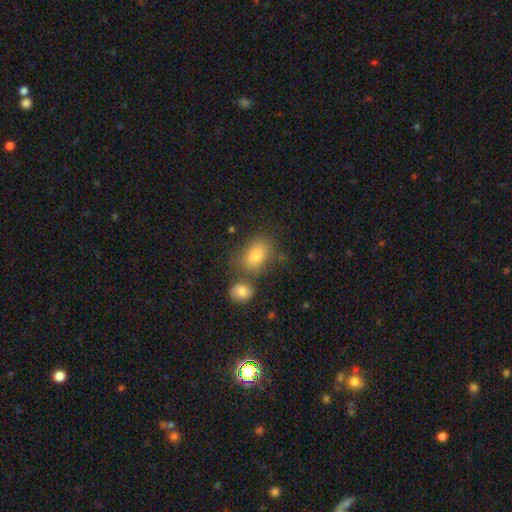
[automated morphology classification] Overall: smooth (80%). How rounded: in between (73%). Merging: none (62%).